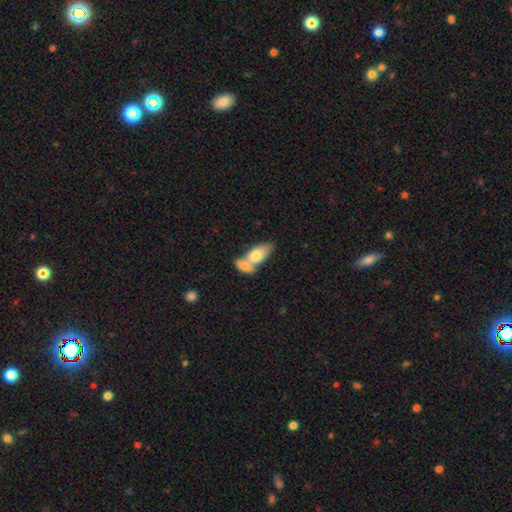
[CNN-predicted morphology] Smooth or featured? smooth (77%)
How rounded? in between (90%)
Merging? merger (69%)